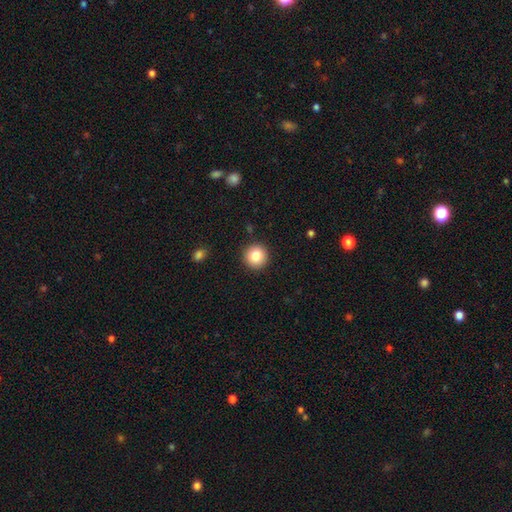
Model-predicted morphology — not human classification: A smooth galaxy with no disk features (83%) that is round (95%). Merging: none (92%).